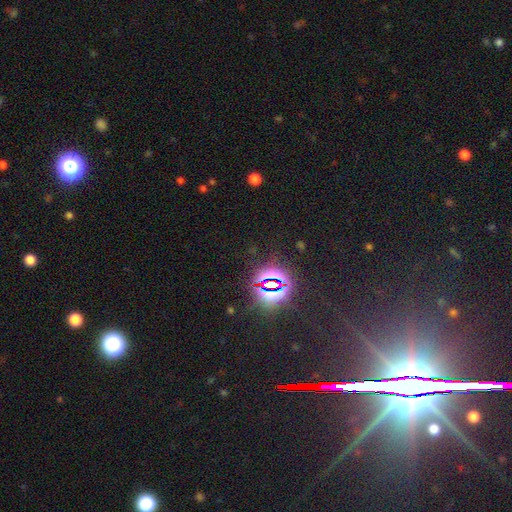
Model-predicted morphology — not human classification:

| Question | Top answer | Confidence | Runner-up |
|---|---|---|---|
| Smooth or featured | star or artifact | 79% | smooth (11%) |